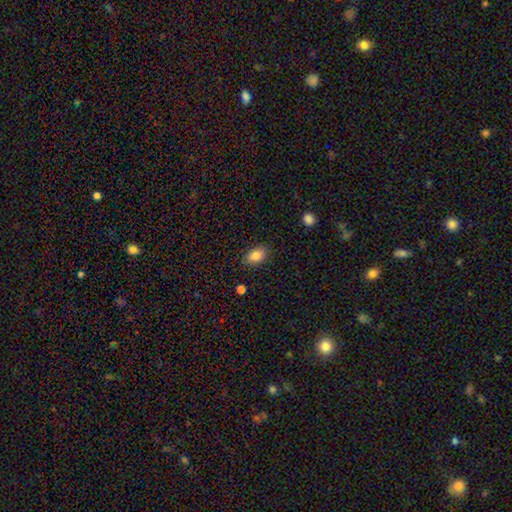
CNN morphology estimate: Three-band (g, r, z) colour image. It shows a smooth galaxy with no disk features (86%) that is in between round and cigar-shaped (87%). Merging: none (85%).